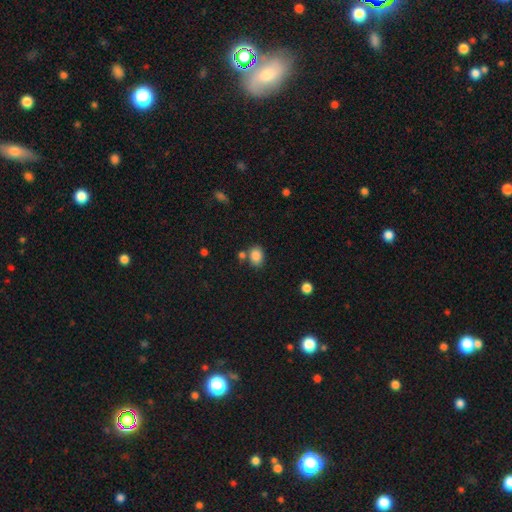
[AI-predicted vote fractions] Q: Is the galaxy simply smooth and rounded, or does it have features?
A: smooth — 85%.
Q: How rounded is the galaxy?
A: in between — 63%.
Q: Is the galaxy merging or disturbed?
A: none — 67%.